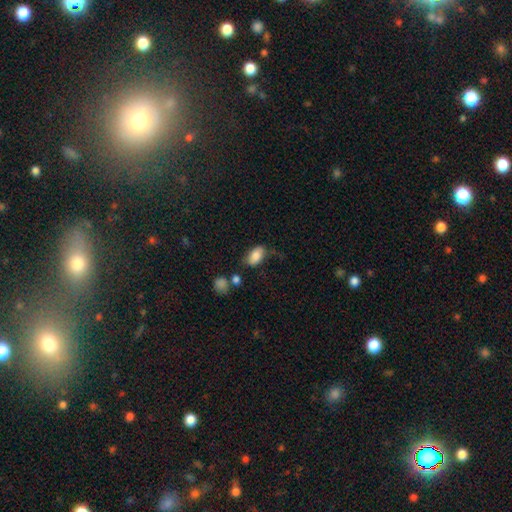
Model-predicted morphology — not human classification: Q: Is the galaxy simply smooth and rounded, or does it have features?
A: smooth — 84%.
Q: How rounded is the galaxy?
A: in between — 91%.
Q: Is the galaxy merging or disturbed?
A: none — 68%.